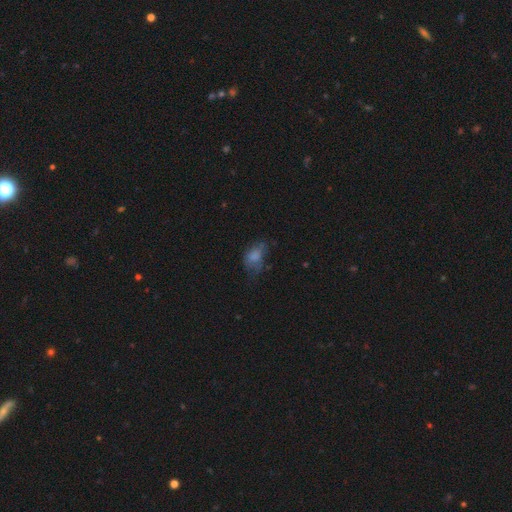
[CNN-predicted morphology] Smooth or featured? Predicted: smooth (p=0.58). How rounded? Predicted: in between (p=0.77). Merging? Predicted: none (p=0.44).